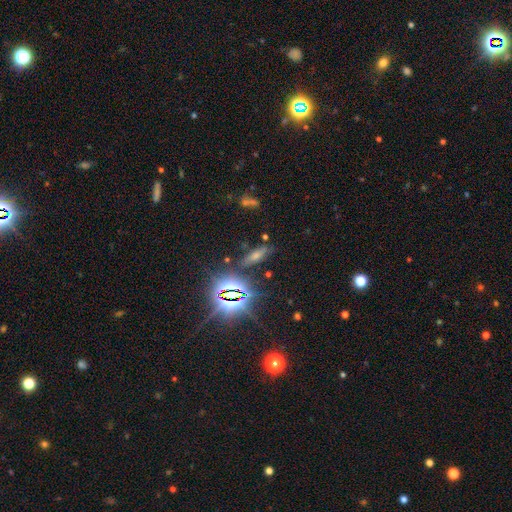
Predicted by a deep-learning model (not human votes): Smooth or featured: smooth — 49% (star or artifact — 33%)
Merging: none — 76% (minor disturbance — 14%)